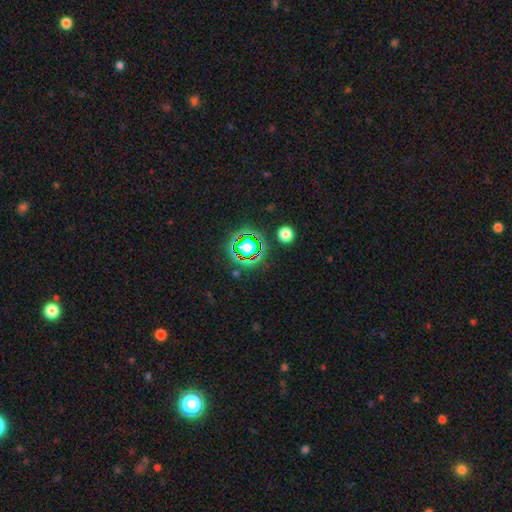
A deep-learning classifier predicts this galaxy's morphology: smooth-or-featured: star or artifact: 78% | smooth: 14% | featured or disk: 7%